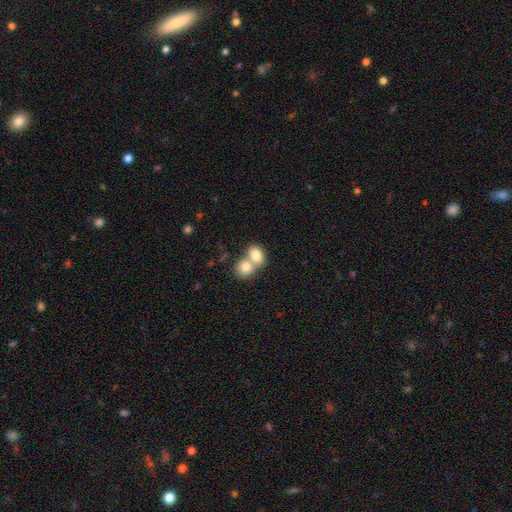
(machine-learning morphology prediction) This appears to be a smooth galaxy with no disk features (78%) that is in between round and cigar-shaped (59%). Merging: merger (69%).